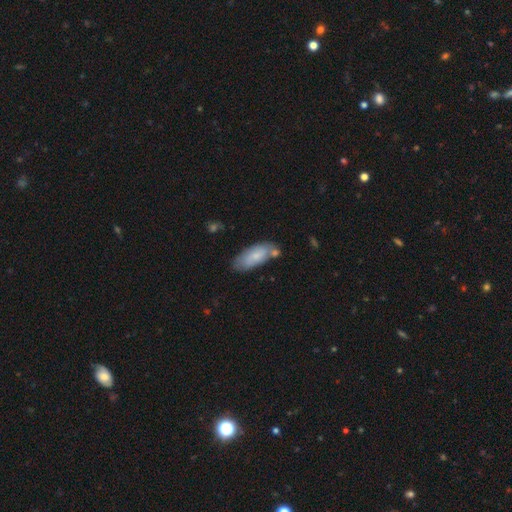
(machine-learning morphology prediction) smooth-or-featured: smooth: 73% | featured or disk: 20% | star or artifact: 6%
  how-rounded: in between: 81% | cigar-shaped: 17% | round: 2%
  merging: none: 60% | minor disturbance: 22% | merger: 13% | major disturbance: 5%